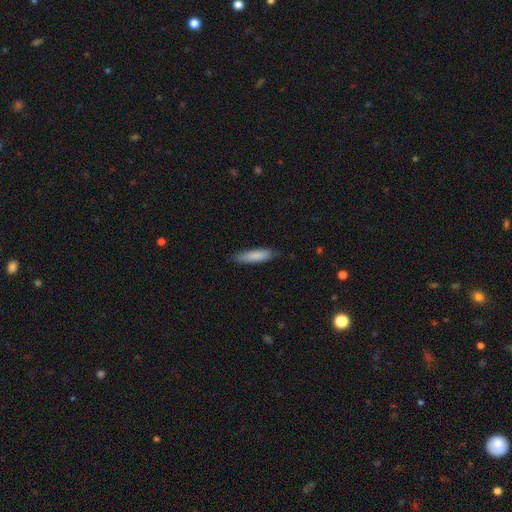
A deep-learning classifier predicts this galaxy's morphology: Q: Smooth or featured?
A: smooth (85%); runner-up: featured or disk (9%)
Q: How rounded?
A: cigar-shaped (70%); runner-up: in between (28%)
Q: Merging?
A: none (82%); runner-up: minor disturbance (14%)